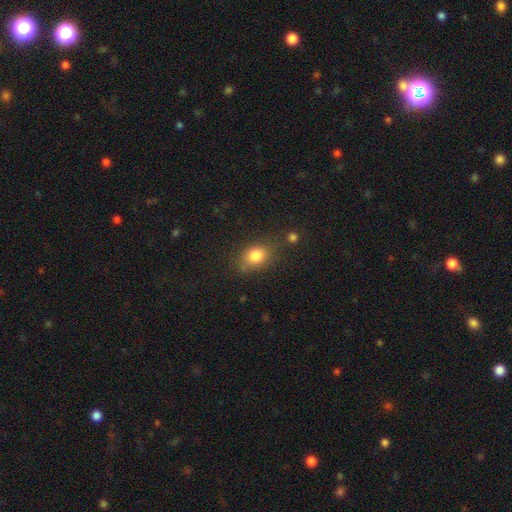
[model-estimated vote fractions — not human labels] Morphology: type=smooth (81%); roundness=in between (62%); merging=none (73%).